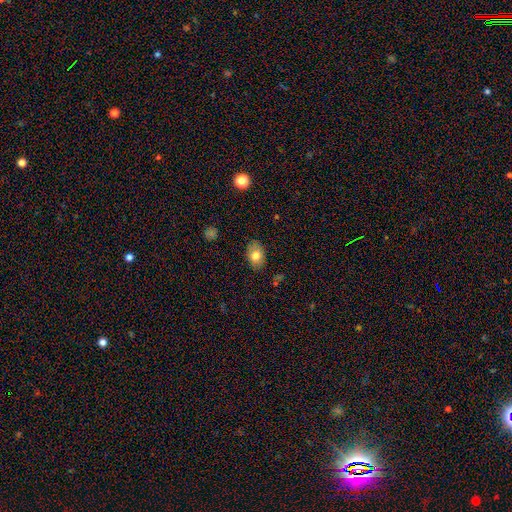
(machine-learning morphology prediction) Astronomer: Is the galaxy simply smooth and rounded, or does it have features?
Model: smooth — 76%.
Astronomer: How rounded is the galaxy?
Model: in between — 86%.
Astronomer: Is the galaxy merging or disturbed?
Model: none — 83%.